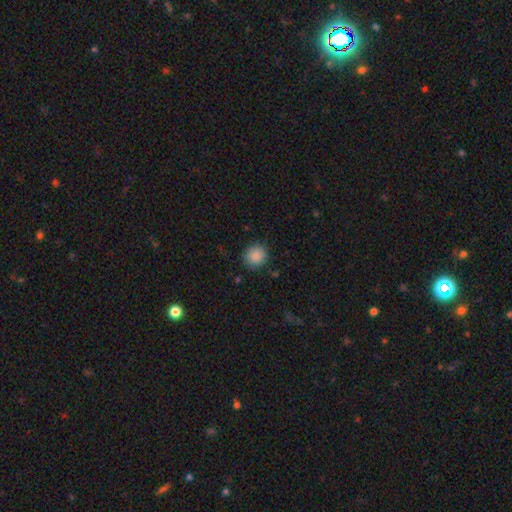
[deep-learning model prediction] This is clearly a smooth galaxy (88%). How rounded: clearly round (88%). Merging: clearly none (88%).